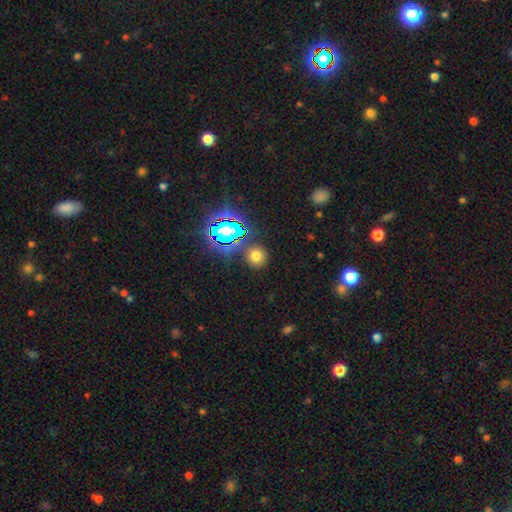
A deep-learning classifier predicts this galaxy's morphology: Overall: smooth (66%; star or artifact 27%). How rounded: round (89%). Merging: none (84%).